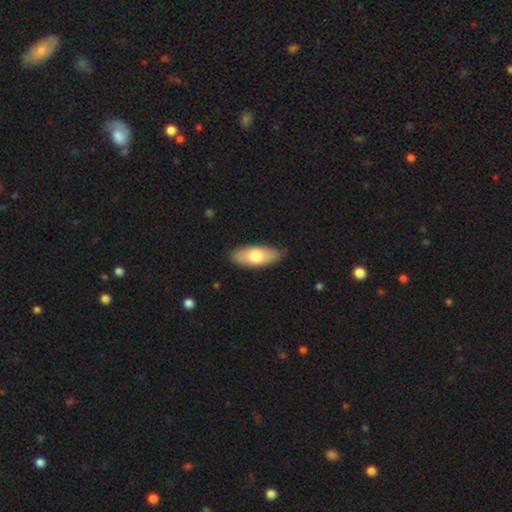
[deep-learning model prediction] Q: Smooth or featured?
A: smooth (70%); runner-up: featured or disk (25%)
Q: How rounded?
A: in between (80%); runner-up: cigar-shaped (18%)
Q: Merging?
A: none (85%); runner-up: minor disturbance (12%)